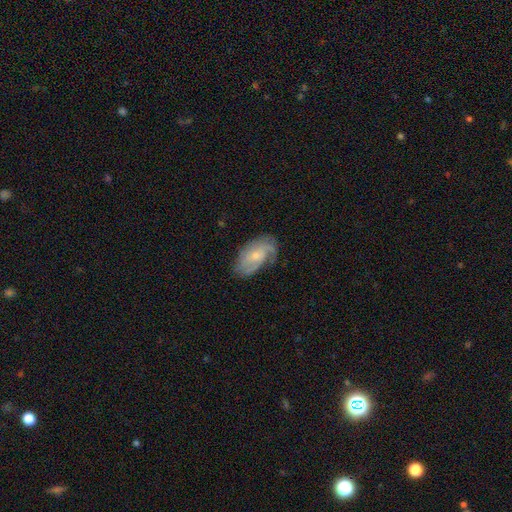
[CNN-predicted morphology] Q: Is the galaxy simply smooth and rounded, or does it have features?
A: featured or disk — 69%.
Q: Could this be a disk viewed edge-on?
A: no — 95%.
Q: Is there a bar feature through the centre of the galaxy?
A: no — 72%.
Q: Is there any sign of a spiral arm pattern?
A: yes — 89%.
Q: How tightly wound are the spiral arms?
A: tight — 42%.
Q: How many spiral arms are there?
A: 2 — 34%.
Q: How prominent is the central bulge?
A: small — 64%.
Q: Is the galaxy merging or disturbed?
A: none — 64%.